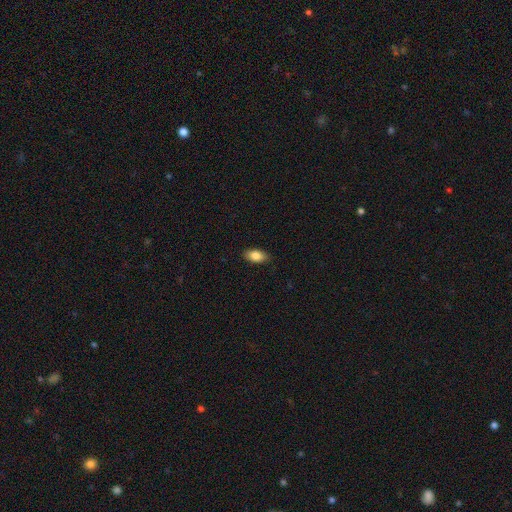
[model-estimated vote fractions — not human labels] Smooth or featured?
  - smooth: 84% *
  - featured or disk: 9%
  - star or artifact: 7%
How rounded?
  - in between: 90% *
  - round: 6%
  - cigar-shaped: 4%
Merging?
  - none: 87% *
  - minor disturbance: 10%
  - major disturbance: 2%
  - merger: 1%